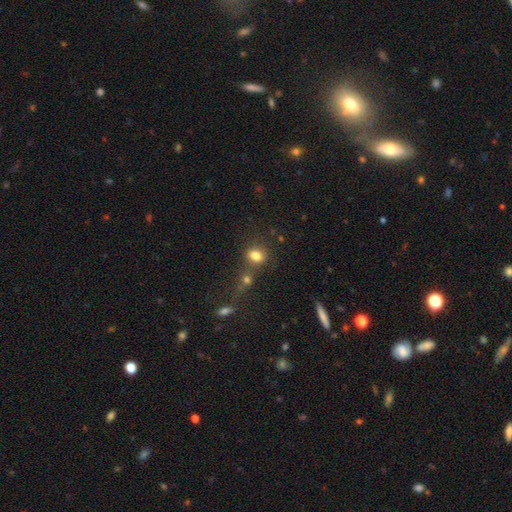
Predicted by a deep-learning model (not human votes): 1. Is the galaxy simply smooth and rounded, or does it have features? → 79% smooth, 13% star or artifact, 8% featured or disk.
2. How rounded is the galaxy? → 56% in between, 42% round, 2% cigar-shaped.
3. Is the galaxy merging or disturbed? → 56% none, 26% merger, 12% minor disturbance, 5% major disturbance.